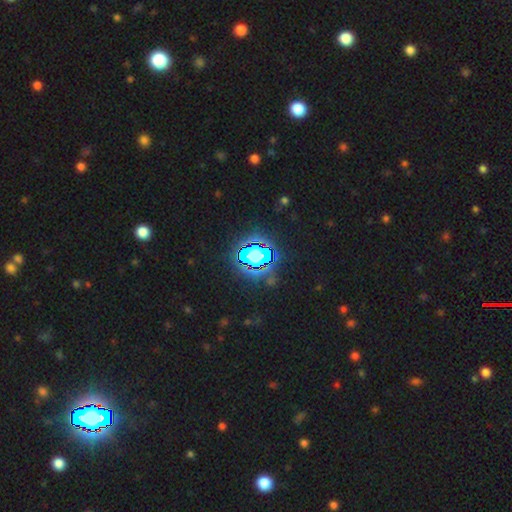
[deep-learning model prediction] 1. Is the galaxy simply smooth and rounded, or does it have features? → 80% star or artifact, 13% smooth, 7% featured or disk.